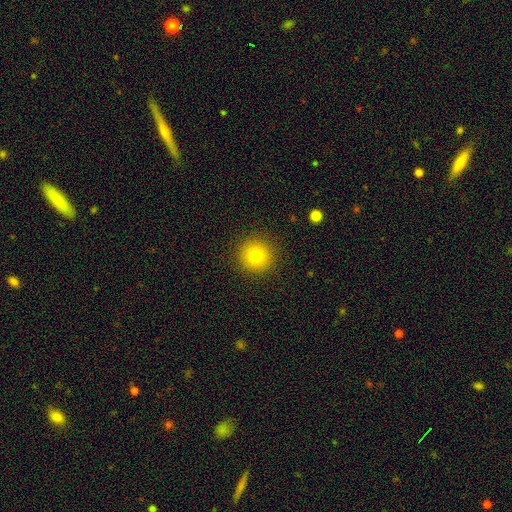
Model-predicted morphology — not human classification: Overall: smooth (79%). How rounded: round (95%). Merging: none (91%).